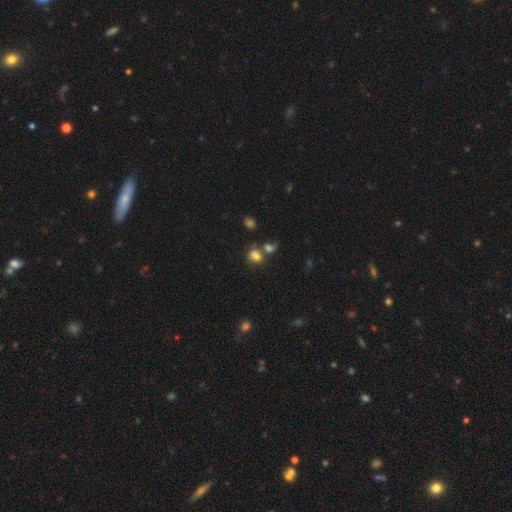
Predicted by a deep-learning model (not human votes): The model was most divided on "merging": none: 40%, merger: 36%, minor disturbance: 15%, major disturbance: 9%. More confident: smooth or featured — smooth (72%); how rounded — in between (59%).